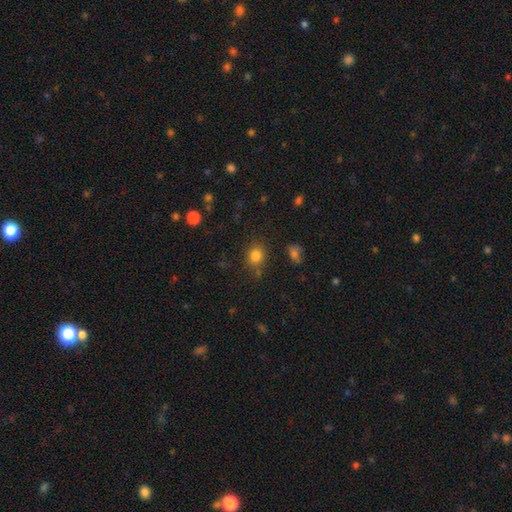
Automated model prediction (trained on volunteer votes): smooth 81%, star or artifact 13%, featured or disk 6%. Down the decision tree: how rounded — round (76%); merging — none (78%).